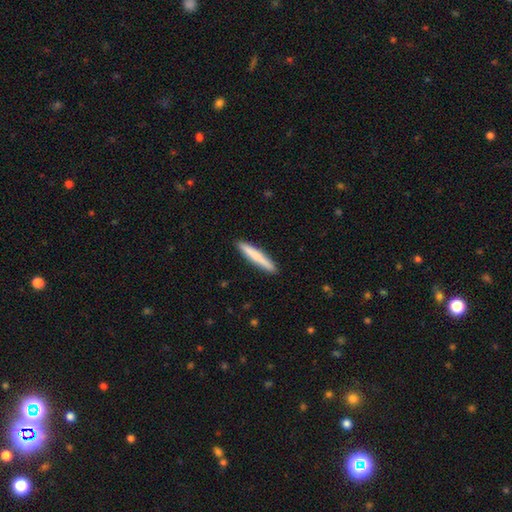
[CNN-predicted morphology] The model was most divided on "smooth or featured": smooth: 73%, featured or disk: 22%, star or artifact: 5%. More confident: how rounded — cigar-shaped (95%); merging — none (91%).